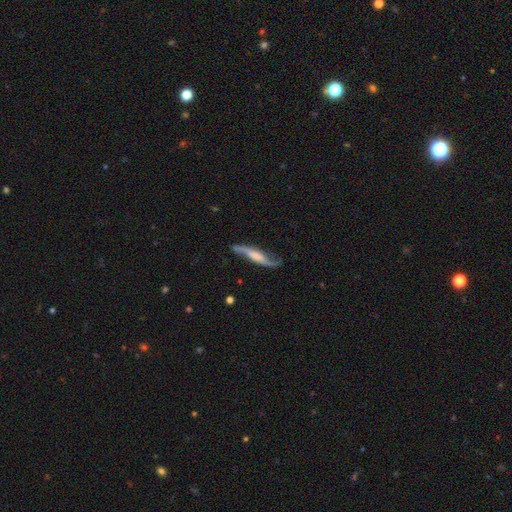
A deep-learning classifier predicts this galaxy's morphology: Smooth or featured: featured or disk — 80% (smooth — 15%)
Edge-on disk: no — 75% (yes — 25%)
Bar: no — 40% (weak — 36%)
Spiral arms: yes — 95% (no — 5%)
Spiral winding: loose — 81% (medium — 15%)
Spiral arm count: 2 — 92% (1 — 3%)
Bulge size: none — 36% (moderate — 23%)
Merging: none — 70% (minor disturbance — 18%)